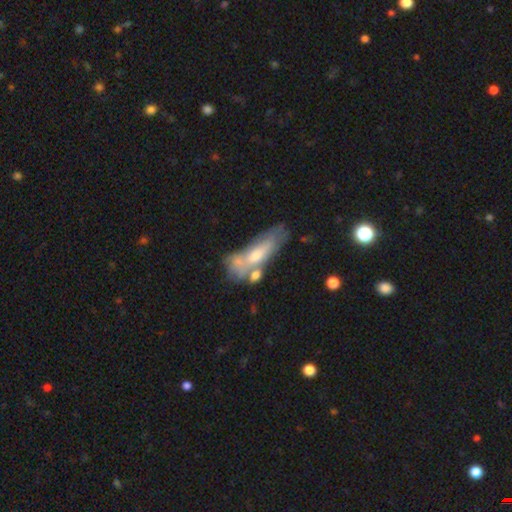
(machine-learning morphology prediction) This appears to be a smooth galaxy with no disk features (48%). Merging: none (35%).